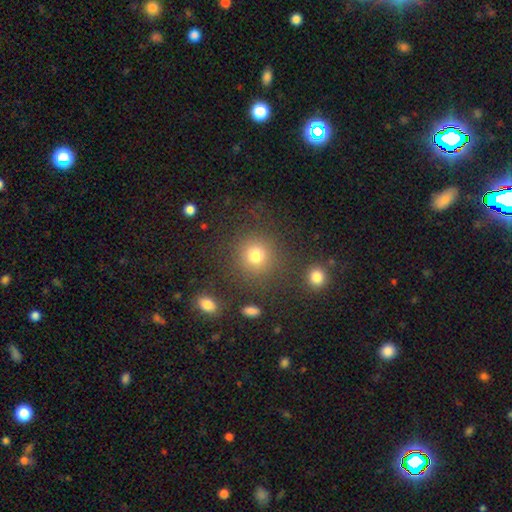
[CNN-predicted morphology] Overall: smooth (77%). How rounded: round (90%). Merging: none (82%).